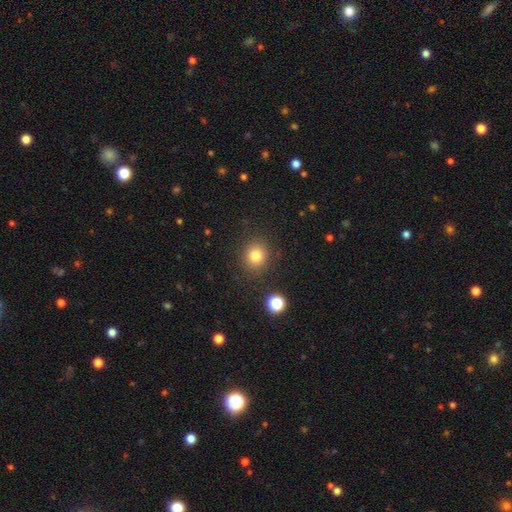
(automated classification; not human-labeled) This is clearly a smooth galaxy (81%). How rounded: clearly round (81%). Merging: clearly none (86%).